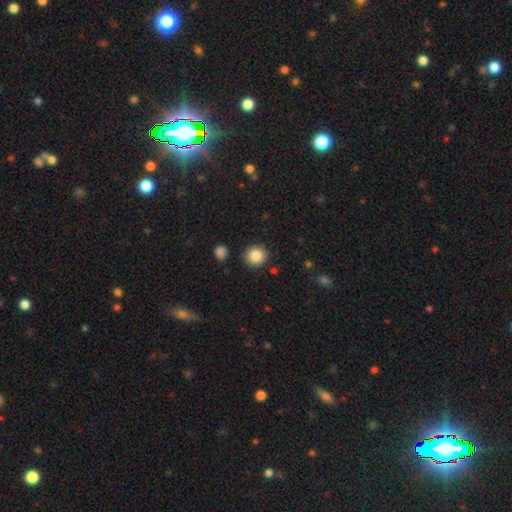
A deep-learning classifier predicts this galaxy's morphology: smooth-or-featured: smooth: 87% | star or artifact: 9% | featured or disk: 4%
  how-rounded: round: 88% | in between: 11% | cigar-shaped: 1%
  merging: none: 88% | minor disturbance: 7% | major disturbance: 2% | merger: 2%